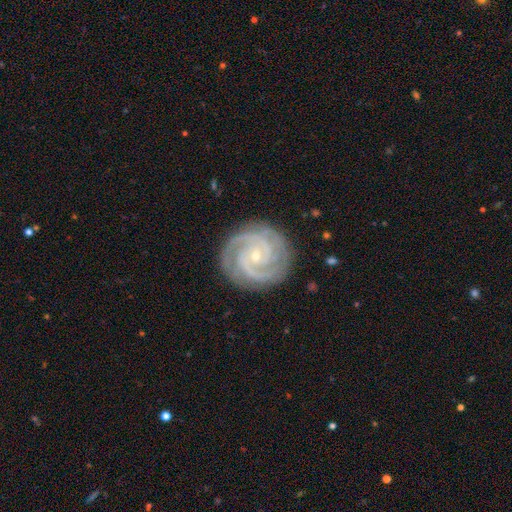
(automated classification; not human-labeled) smooth_or_featured: featured or disk (p=0.92) [alt: star or artifact p=0.05]
disk_edge_on: no (p=0.98) [alt: yes p=0.02]
bar: no (p=0.69) [alt: weak p=0.22]
has_spiral_arms: yes (p=0.99) [alt: no p=0.01]
spiral_winding: tight (p=0.76) [alt: medium p=0.22]
spiral_arm_count: 2 (p=0.53) [alt: 3 p=0.28]
bulge_size: small (p=0.81) [alt: moderate p=0.15]
merging: none (p=0.85) [alt: minor disturbance p=0.11]